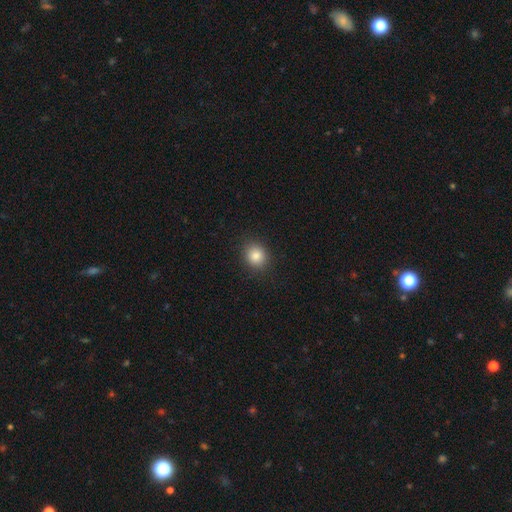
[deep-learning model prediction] smooth 84%, star or artifact 10%, featured or disk 5%. Down the decision tree: how rounded — round (76%); merging — none (89%).